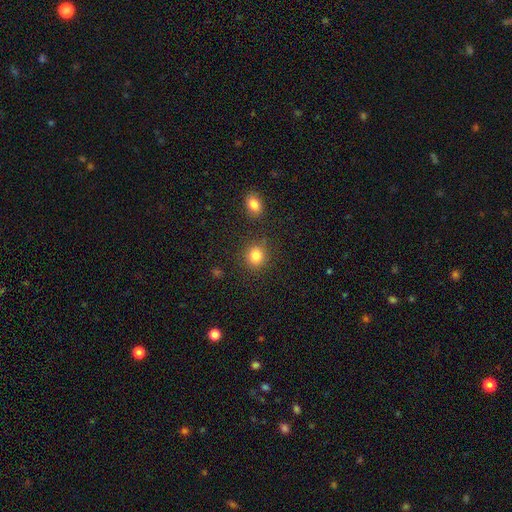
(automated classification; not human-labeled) smooth-or-featured: smooth: 84% | star or artifact: 11% | featured or disk: 5%
  how-rounded: round: 83% | in between: 16% | cigar-shaped: 1%
  merging: none: 83% | minor disturbance: 9% | merger: 5% | major disturbance: 3%